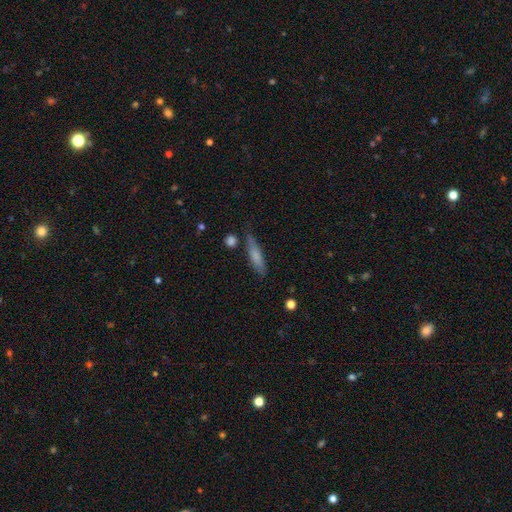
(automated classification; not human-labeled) smooth-or-featured: smooth: 72% | featured or disk: 22% | star or artifact: 7%
  how-rounded: cigar-shaped: 79% | in between: 19% | round: 2%
  merging: none: 73% | minor disturbance: 18% | major disturbance: 4% | merger: 4%